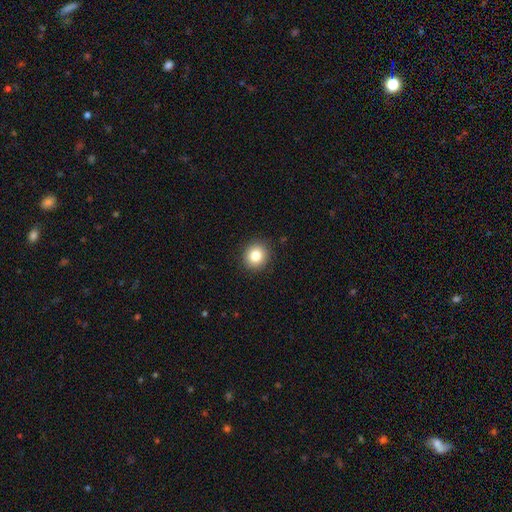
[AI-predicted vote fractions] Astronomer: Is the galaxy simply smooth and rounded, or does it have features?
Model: smooth — 83%.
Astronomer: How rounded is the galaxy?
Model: round — 85%.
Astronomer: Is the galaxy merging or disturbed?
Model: none — 91%.